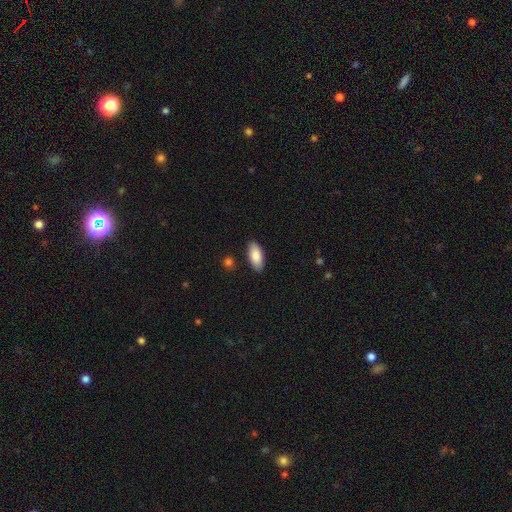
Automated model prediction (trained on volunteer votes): The model was most divided on "merging": none: 86%, minor disturbance: 10%, major disturbance: 2%, merger: 2%. More confident: how rounded — in between (89%); smooth or featured — smooth (87%).